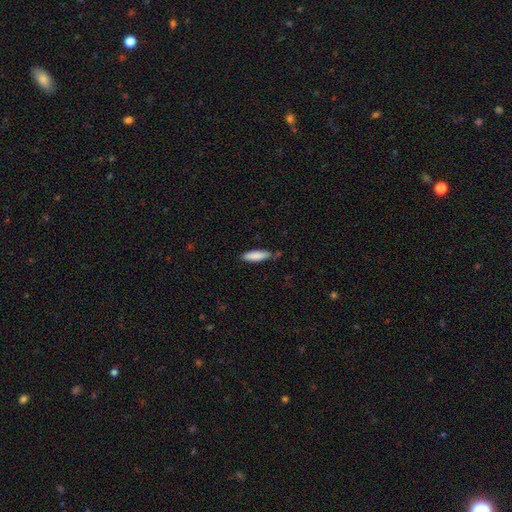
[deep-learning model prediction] Smooth or featured? smooth (86%)
How rounded? cigar-shaped (61%)
Merging? none (77%)